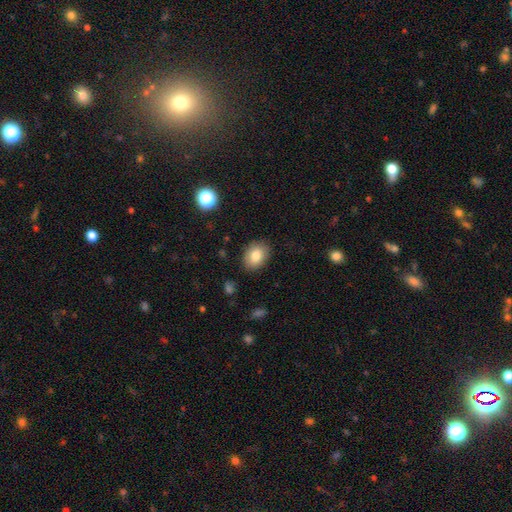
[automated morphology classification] type=smooth (81%); roundness=in between (69%); merging=none (85%).